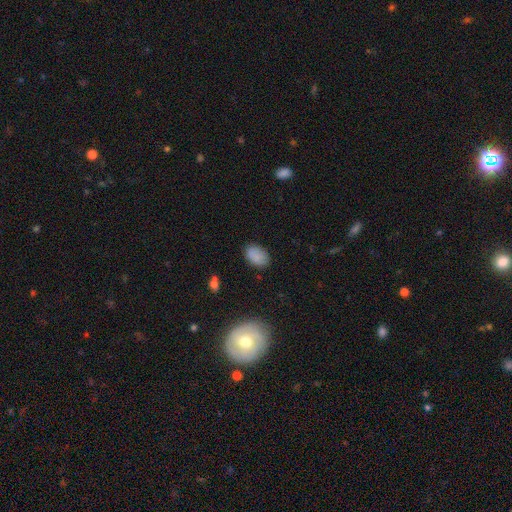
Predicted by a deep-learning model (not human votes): This is clearly a smooth galaxy (85%). How rounded: clearly in between (89%). Merging: clearly none (83%).